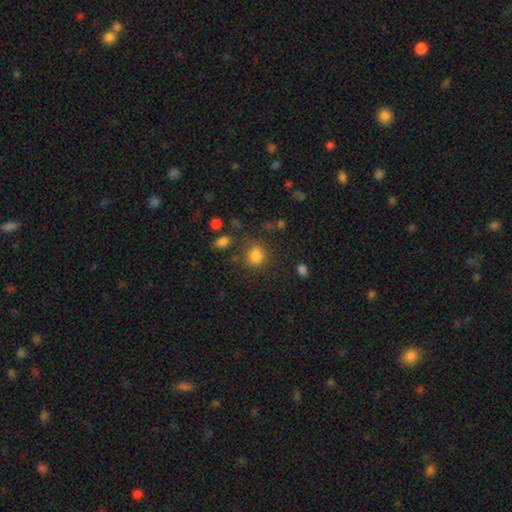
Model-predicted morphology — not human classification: Smooth or featured: smooth — 82% (star or artifact — 12%)
How rounded: round — 73% (in between — 25%)
Merging: none — 68% (minor disturbance — 17%)